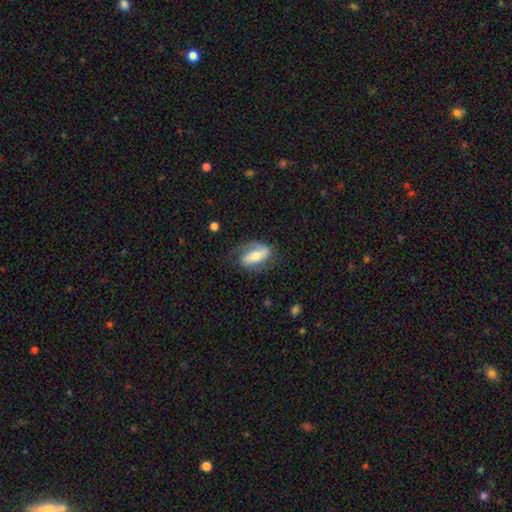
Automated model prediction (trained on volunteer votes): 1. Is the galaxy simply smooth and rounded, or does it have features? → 58% featured or disk, 36% smooth, 6% star or artifact.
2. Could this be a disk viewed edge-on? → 90% no, 10% yes.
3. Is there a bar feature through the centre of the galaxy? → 42% strong, 30% no, 28% weak.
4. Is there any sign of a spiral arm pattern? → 79% yes, 21% no.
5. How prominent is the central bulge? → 59% moderate, 28% small, 9% large, 2% none, 2% dominant.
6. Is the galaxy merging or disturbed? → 60% none, 23% minor disturbance, 15% major disturbance, 2% merger.